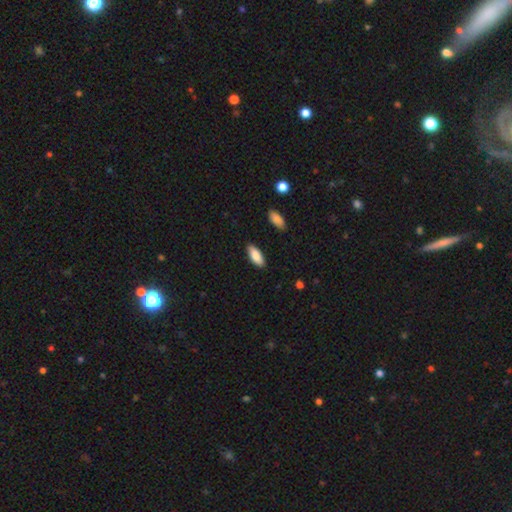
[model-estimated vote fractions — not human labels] A smooth galaxy with no disk features (86%) that is in between round and cigar-shaped (83%).

Vote fractions:
- Smooth or featured? smooth: 86% / featured or disk: 8% / star or artifact: 6%
- How rounded? in between: 83% / cigar-shaped: 15% / round: 2%
- Merging? none: 87% / minor disturbance: 10% / major disturbance: 2% / merger: 1%